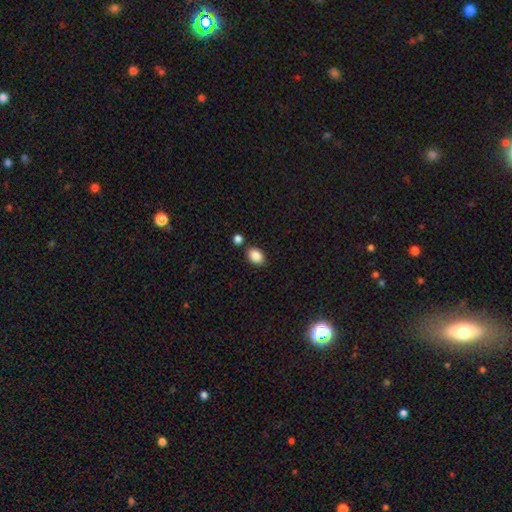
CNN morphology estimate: Smooth or featured? Predicted: smooth (p=0.87). How rounded? Predicted: in between (p=0.82). Merging? Predicted: none (p=0.80).